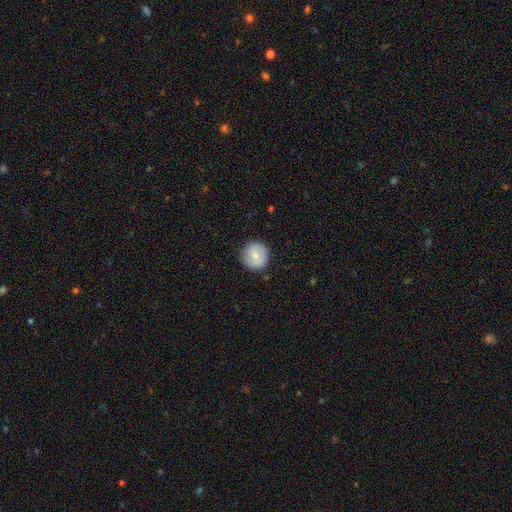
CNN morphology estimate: A smooth galaxy with no disk features (74%) that is round (94%). Merging: none (86%).